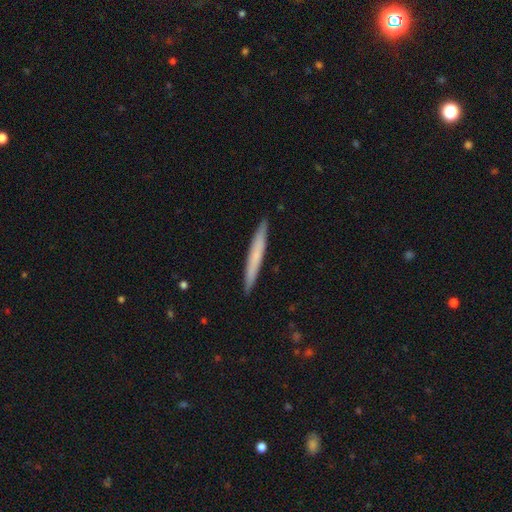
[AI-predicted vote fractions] Overall: smooth (62%; featured or disk 32%). How rounded: cigar-shaped (97%). Merging: none (92%).